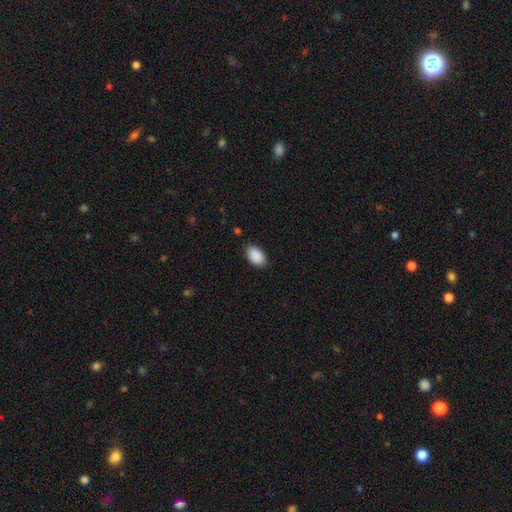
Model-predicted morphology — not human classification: smooth_or_featured: smooth (p=0.91) [alt: star or artifact p=0.06]
how_rounded: in between (p=0.94) [alt: round p=0.05]
merging: none (p=0.86) [alt: minor disturbance p=0.11]